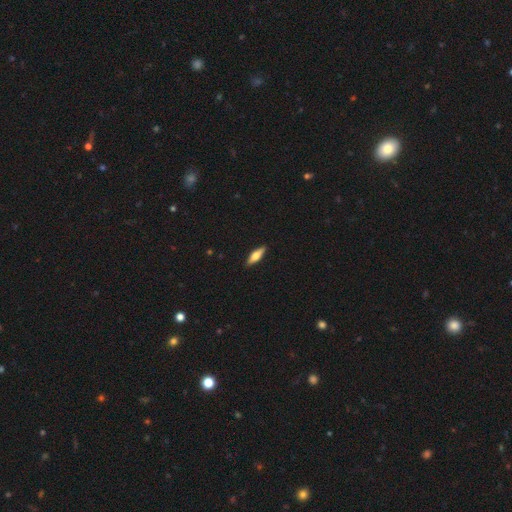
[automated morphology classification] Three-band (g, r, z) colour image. It shows a smooth galaxy with no disk features (55%) that is cigar-shaped (53%). Merging: none (90%).